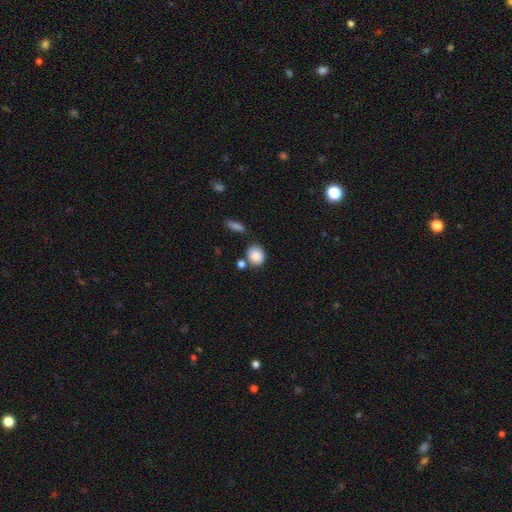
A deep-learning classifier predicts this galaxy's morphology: smooth_or_featured: smooth (p=0.86) [alt: star or artifact p=0.08]
how_rounded: round (p=0.59) [alt: in between p=0.40]
merging: none (p=0.70) [alt: minor disturbance p=0.14]